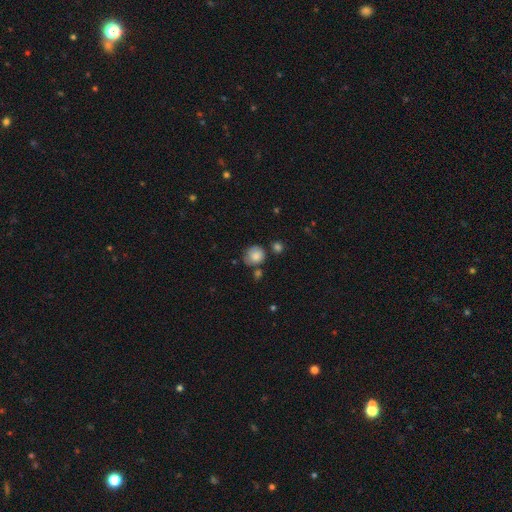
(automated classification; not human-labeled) Smooth or featured? smooth (81%)
How rounded? round (83%)
Merging? none (61%)